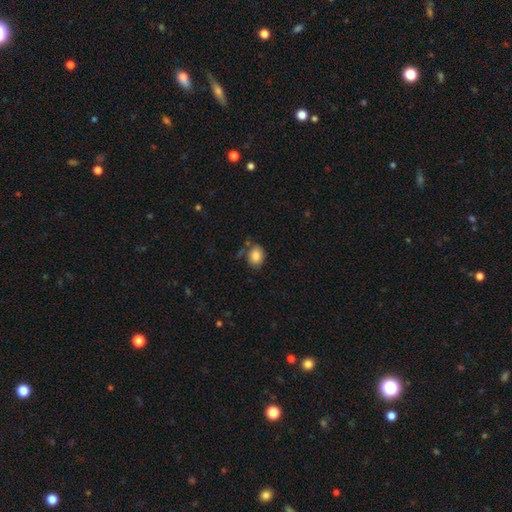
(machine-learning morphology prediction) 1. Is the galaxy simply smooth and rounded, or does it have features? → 85% smooth, 9% star or artifact, 6% featured or disk.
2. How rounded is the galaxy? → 54% in between, 45% round, 1% cigar-shaped.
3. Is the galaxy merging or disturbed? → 68% none, 19% minor disturbance, 7% merger, 6% major disturbance.